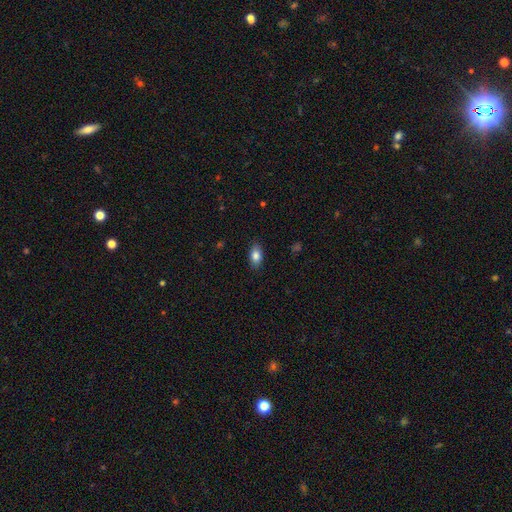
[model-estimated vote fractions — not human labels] smooth_or_featured: smooth (p=0.84) [alt: featured or disk p=0.08]
how_rounded: in between (p=0.90) [alt: round p=0.06]
merging: none (p=0.87) [alt: minor disturbance p=0.10]